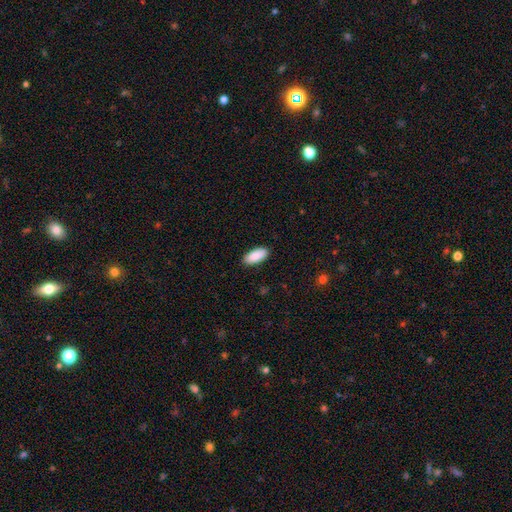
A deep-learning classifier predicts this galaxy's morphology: smooth-or-featured: smooth: 91% | star or artifact: 6% | featured or disk: 3%
  how-rounded: in between: 89% | cigar-shaped: 9% | round: 2%
  merging: none: 89% | minor disturbance: 8% | major disturbance: 2% | merger: 1%